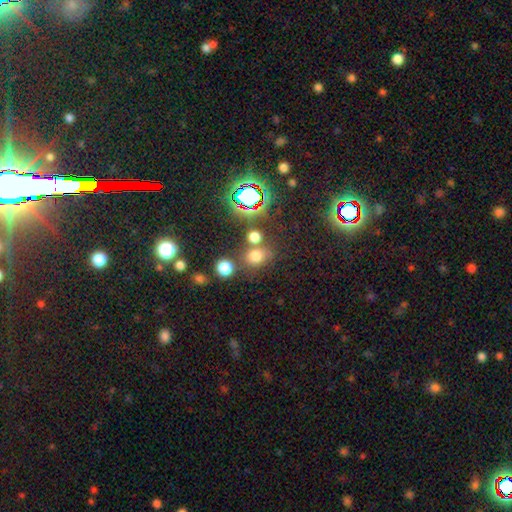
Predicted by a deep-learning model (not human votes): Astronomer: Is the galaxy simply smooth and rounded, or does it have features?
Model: smooth — 66%.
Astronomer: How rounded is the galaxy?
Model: round — 65%.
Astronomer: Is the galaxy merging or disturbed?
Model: none — 63%.